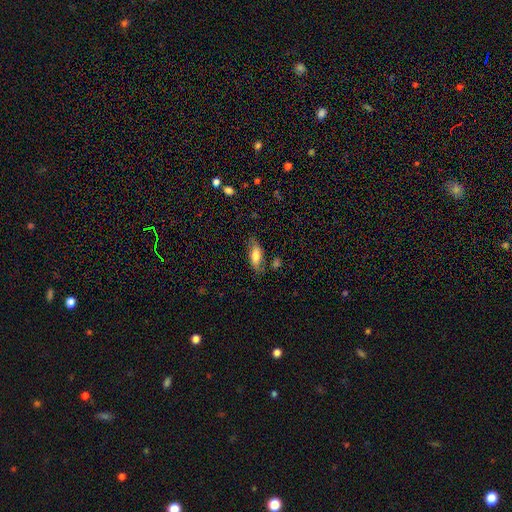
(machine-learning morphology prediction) smooth_or_featured: smooth (p=0.67) [alt: featured or disk p=0.26]
how_rounded: in between (p=0.76) [alt: cigar-shaped p=0.20]
merging: none (p=0.69) [alt: minor disturbance p=0.21]